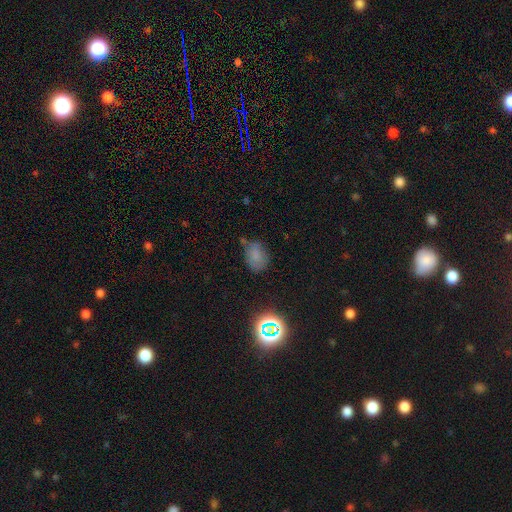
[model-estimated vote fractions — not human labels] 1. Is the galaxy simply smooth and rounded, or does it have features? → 71% smooth, 18% star or artifact, 11% featured or disk.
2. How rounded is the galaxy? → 71% in between, 27% round, 1% cigar-shaped.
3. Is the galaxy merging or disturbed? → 57% none, 28% minor disturbance, 8% major disturbance, 7% merger.